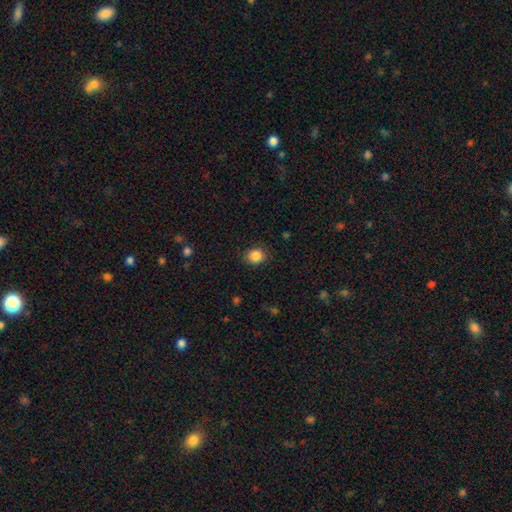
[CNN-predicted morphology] smooth 86%, star or artifact 10%, featured or disk 4%. Down the decision tree: how rounded — round (73%); merging — none (85%).